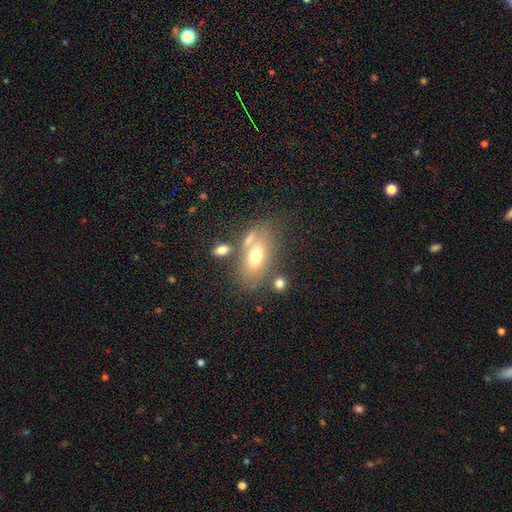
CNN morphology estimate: A smooth galaxy with no disk features (59%) that is in between round and cigar-shaped (86%). Merging: none (58%).